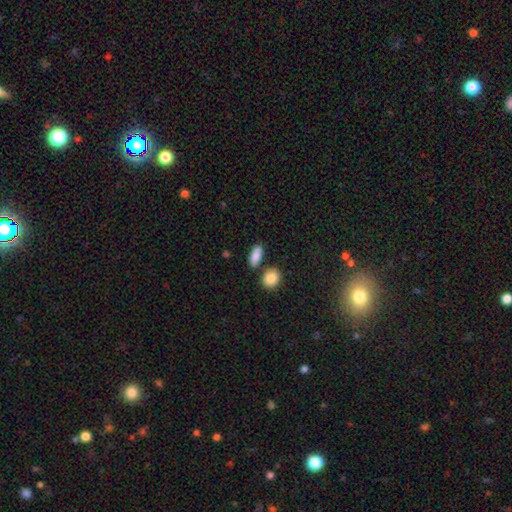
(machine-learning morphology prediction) A smooth galaxy with no disk features (88%) that is in between round and cigar-shaped (79%). Merging: none (76%).